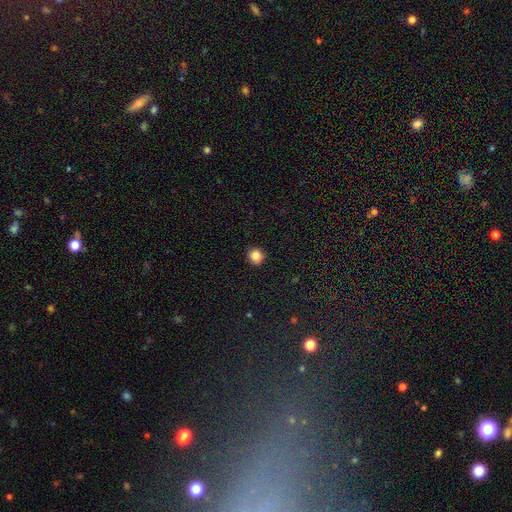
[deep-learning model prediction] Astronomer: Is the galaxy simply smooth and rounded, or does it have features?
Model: smooth — 85%.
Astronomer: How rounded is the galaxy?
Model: round — 86%.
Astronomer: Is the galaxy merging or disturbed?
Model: none — 91%.